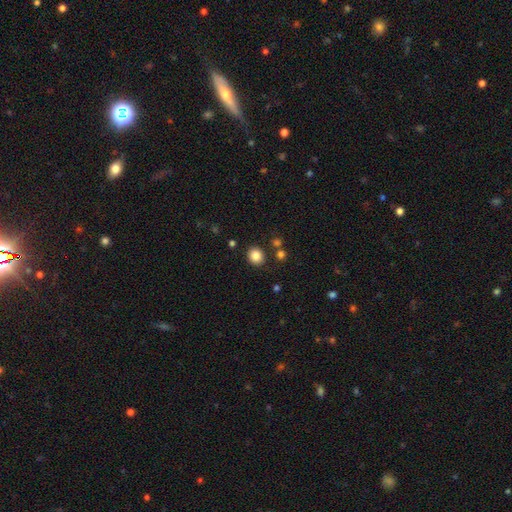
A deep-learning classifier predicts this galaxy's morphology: smooth_or_featured: smooth (p=0.84) [alt: star or artifact p=0.11]
how_rounded: round (p=0.72) [alt: in between p=0.27]
merging: none (p=0.86) [alt: minor disturbance p=0.08]